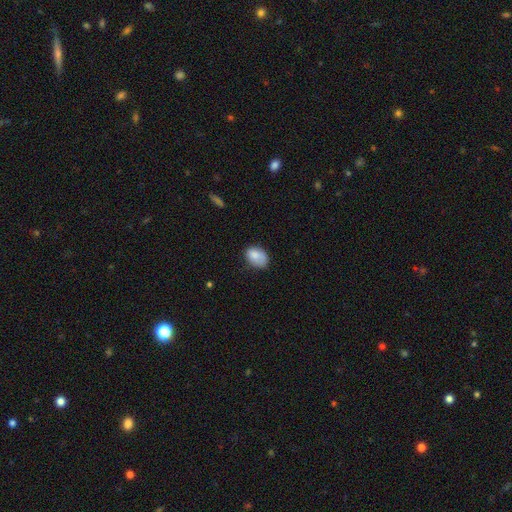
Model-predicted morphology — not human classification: smooth-or-featured: smooth: 83% | featured or disk: 9% | star or artifact: 8%
  how-rounded: in between: 79% | round: 20% | cigar-shaped: 1%
  merging: none: 59% | minor disturbance: 30% | major disturbance: 8% | merger: 2%